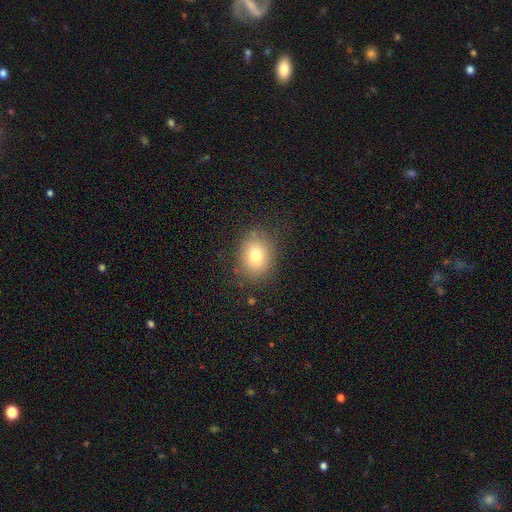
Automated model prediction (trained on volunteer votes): A smooth galaxy with no disk features (76%) that is round (56%).

Vote fractions:
- Smooth or featured? smooth: 76% / star or artifact: 12% / featured or disk: 12%
- How rounded? round: 56% / in between: 44% / cigar-shaped: 1%
- Merging? none: 81% / minor disturbance: 13% / major disturbance: 5% / merger: 1%